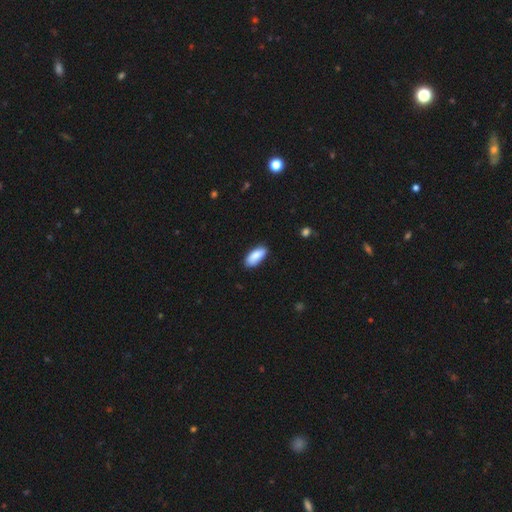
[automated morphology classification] The model was most divided on "merging": none: 81%, minor disturbance: 16%, major disturbance: 2%, merger: 1%. More confident: smooth or featured — smooth (87%); how rounded — in between (84%).